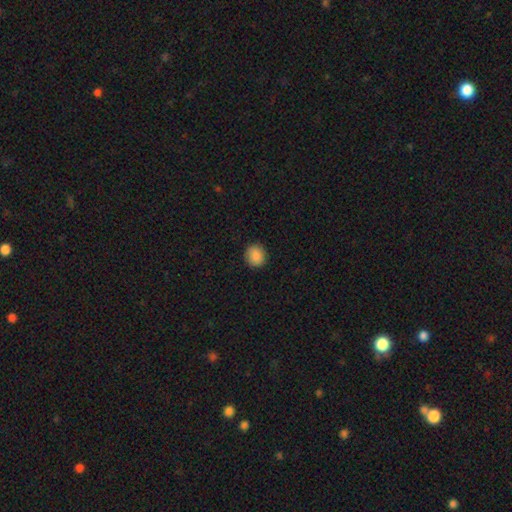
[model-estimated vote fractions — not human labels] Smooth or featured: smooth — 88% (star or artifact — 8%)
How rounded: round — 86% (in between — 13%)
Merging: none — 90% (minor disturbance — 7%)